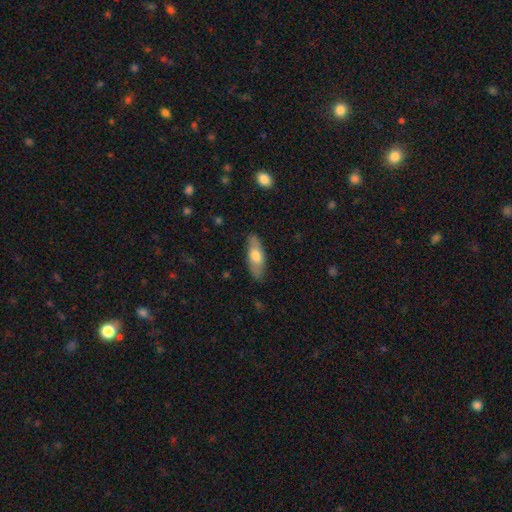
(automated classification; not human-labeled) Smooth or featured: smooth — 64% (featured or disk — 31%)
How rounded: in between — 63% (cigar-shaped — 34%)
Merging: none — 83% (minor disturbance — 14%)